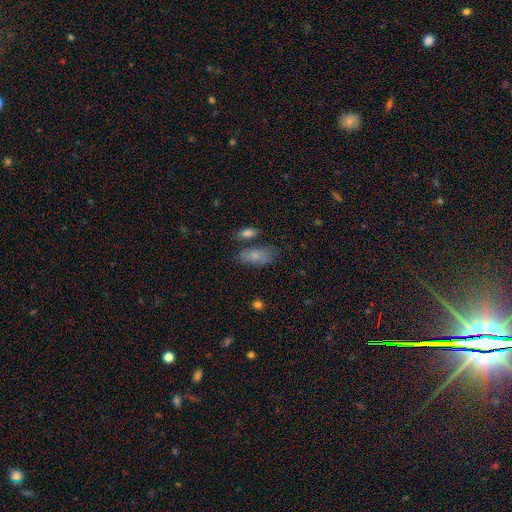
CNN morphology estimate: A smooth galaxy with no disk features (74%) that is in between round and cigar-shaped (86%). Merging: none (56%).